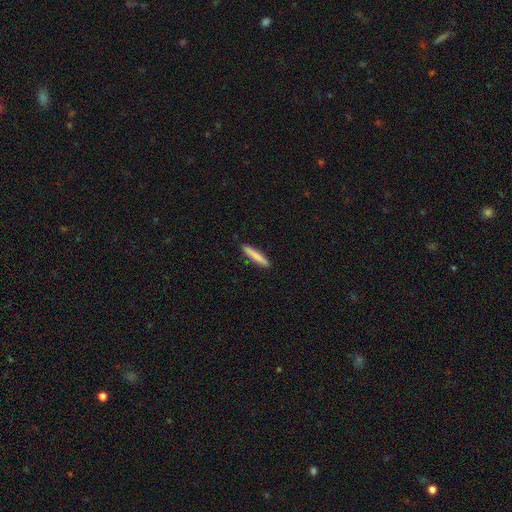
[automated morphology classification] type=smooth (82%); roundness=cigar-shaped (93%); merging=none (91%).